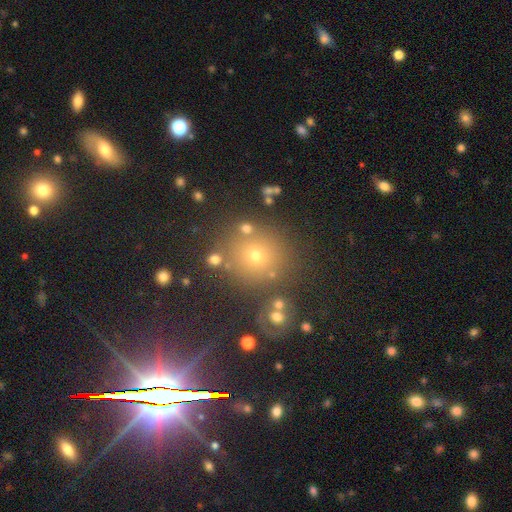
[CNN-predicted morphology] smooth-or-featured: smooth: 65% | star or artifact: 25% | featured or disk: 11%
  how-rounded: round: 90% | in between: 9% | cigar-shaped: 1%
  merging: none: 80% | minor disturbance: 9% | merger: 7% | major disturbance: 4%